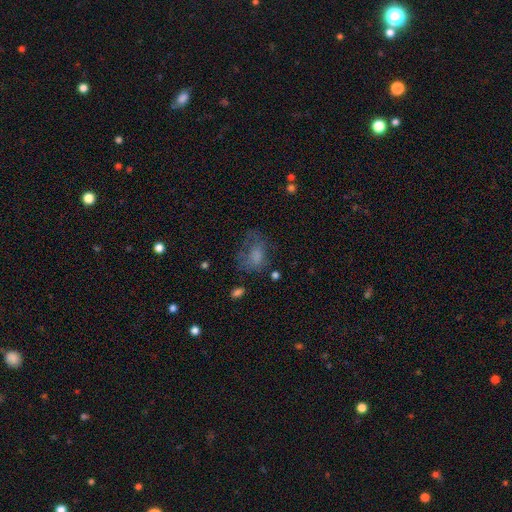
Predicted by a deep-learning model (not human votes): This appears to be a smooth galaxy with no disk features (62%) that is in between round and cigar-shaped (73%). Merging: major disturbance (36%, tied with none).